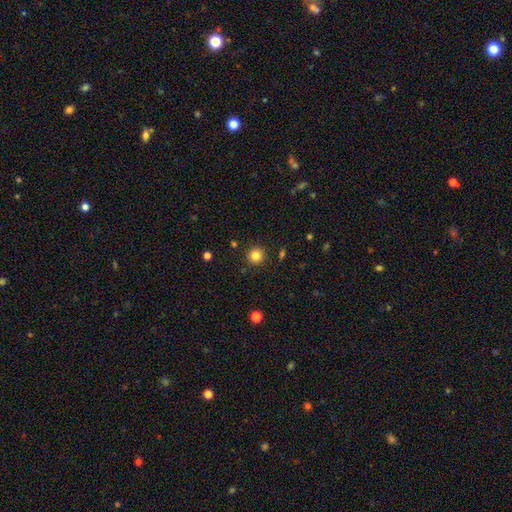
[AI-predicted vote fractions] This is clearly a smooth galaxy (82%). How rounded: clearly round (95%). Merging: clearly none (91%).